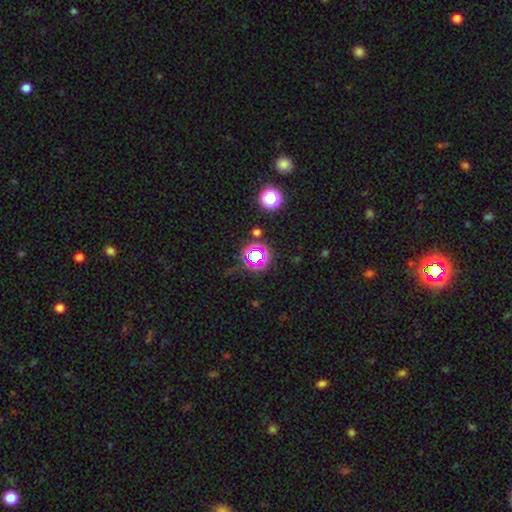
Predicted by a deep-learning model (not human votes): Morphology: type=star or artifact (61%).